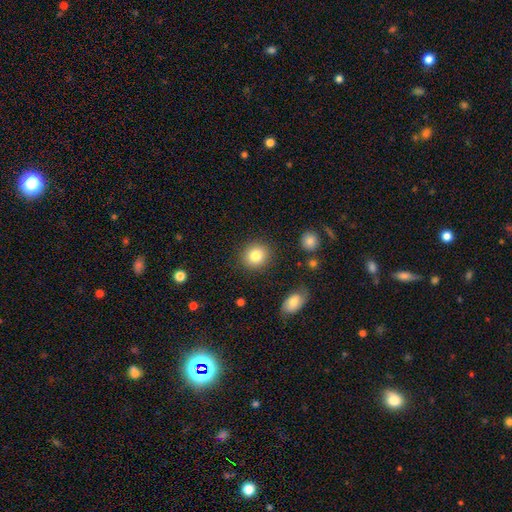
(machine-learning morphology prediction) Q: Smooth or featured?
A: smooth (83%); runner-up: star or artifact (9%)
Q: How rounded?
A: round (82%); runner-up: in between (17%)
Q: Merging?
A: none (88%); runner-up: minor disturbance (7%)